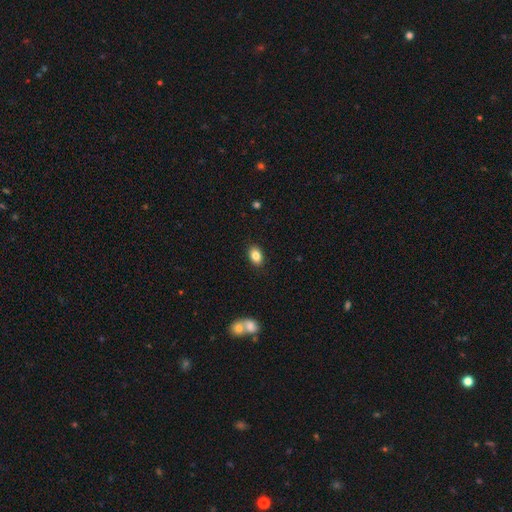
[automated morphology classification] This is clearly a smooth galaxy (85%). How rounded: clearly in between (81%). Merging: clearly none (88%).